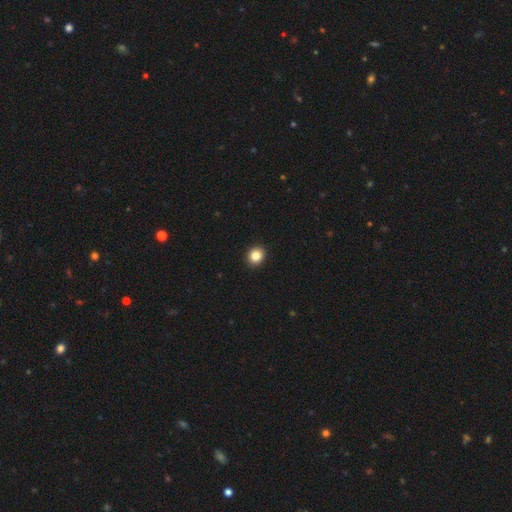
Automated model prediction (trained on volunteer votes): A smooth galaxy with no disk features (86%) that is round (79%).

Vote fractions:
- Smooth or featured? smooth: 86% / star or artifact: 10% / featured or disk: 4%
- How rounded? round: 79% / in between: 20% / cigar-shaped: 1%
- Merging? none: 92% / minor disturbance: 5% / major disturbance: 1% / merger: 1%